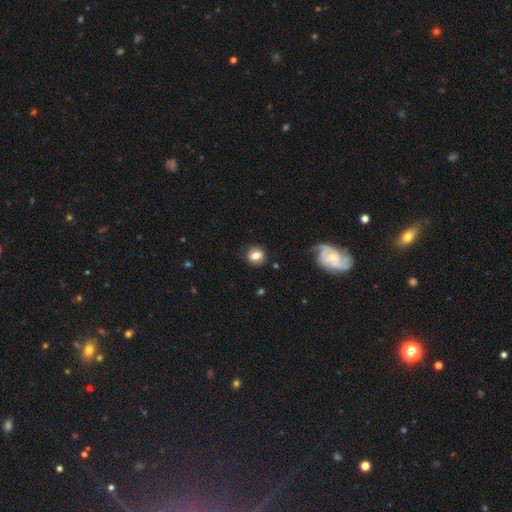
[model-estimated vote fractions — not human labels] Overall: smooth (76%). How rounded: round (55%; in between 43%). Merging: none (76%).